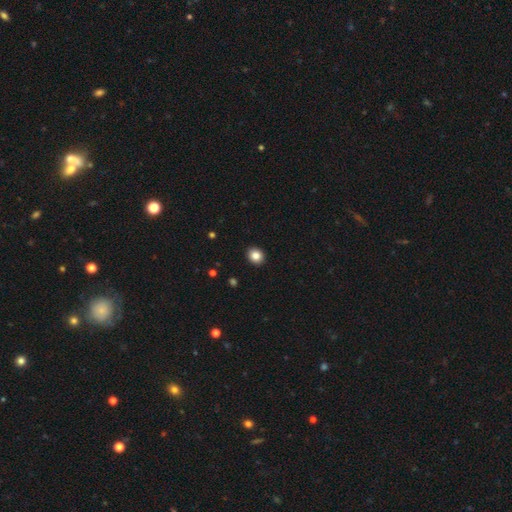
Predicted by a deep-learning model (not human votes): This appears to be a smooth galaxy with no disk features (85%) that is round (75%). Merging: none (92%).